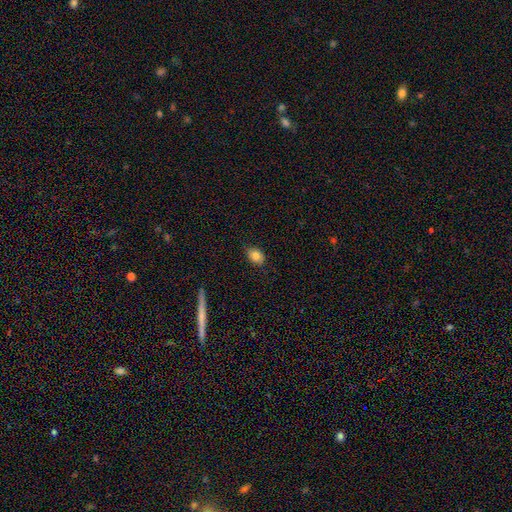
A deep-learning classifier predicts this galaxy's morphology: Smooth or featured?
  - smooth: 82% *
  - featured or disk: 10%
  - star or artifact: 9%
How rounded?
  - in between: 67% *
  - round: 31%
  - cigar-shaped: 2%
Merging?
  - none: 80% *
  - minor disturbance: 16%
  - major disturbance: 3%
  - merger: 1%